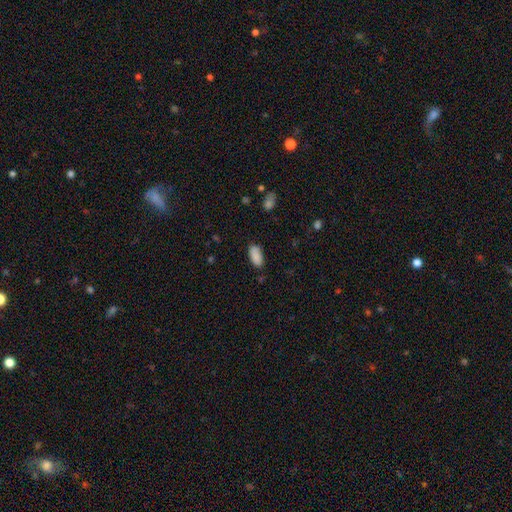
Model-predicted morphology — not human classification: This appears to be a smooth galaxy with no disk features (89%) that is in between round and cigar-shaped (91%). Merging: none (83%).